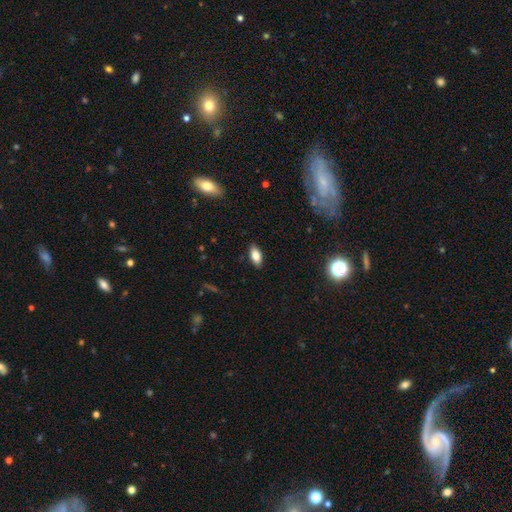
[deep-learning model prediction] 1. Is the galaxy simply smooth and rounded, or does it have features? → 82% smooth, 10% featured or disk, 8% star or artifact.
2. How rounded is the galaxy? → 89% in between, 8% cigar-shaped, 3% round.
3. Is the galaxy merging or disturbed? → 88% none, 9% minor disturbance, 2% major disturbance, 1% merger.